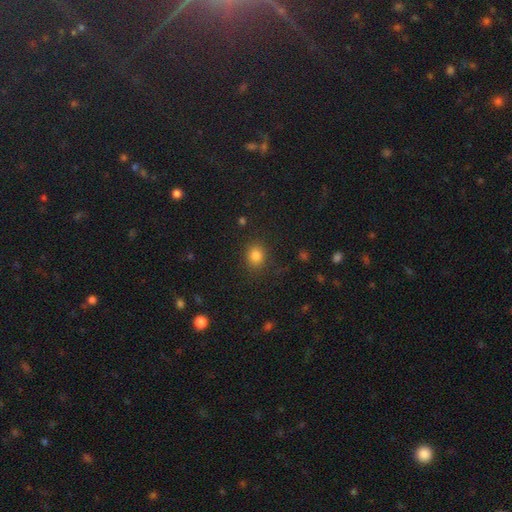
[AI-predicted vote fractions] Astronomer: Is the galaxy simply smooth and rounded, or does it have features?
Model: smooth — 83%.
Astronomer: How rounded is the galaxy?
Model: round — 79%.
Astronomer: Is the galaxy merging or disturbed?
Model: none — 87%.